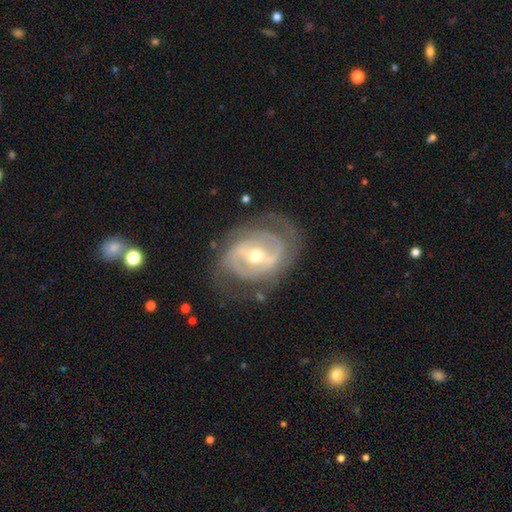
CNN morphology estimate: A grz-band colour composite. It shows a featured or disk galaxy (85%) with a strong bar (40%), 2 (60%) tight (50%) spiral arms (84%) and a moderate central bulge (60%). Merging: none (69%).